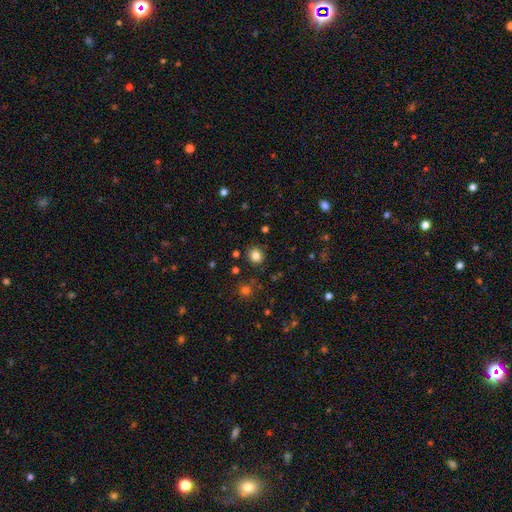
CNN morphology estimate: smooth-or-featured: smooth: 83% | star or artifact: 12% | featured or disk: 5%
  how-rounded: round: 83% | in between: 16% | cigar-shaped: 1%
  merging: none: 89% | minor disturbance: 7% | major disturbance: 2% | merger: 2%